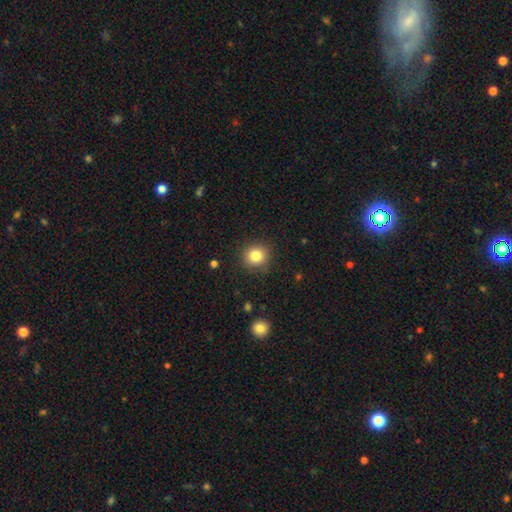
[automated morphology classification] type=smooth (83%); roundness=round (89%); merging=none (88%).